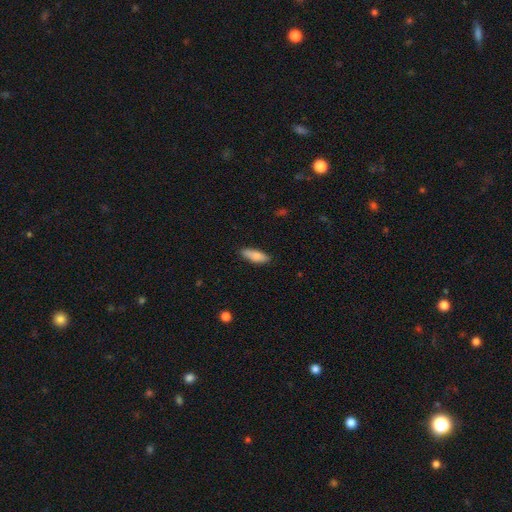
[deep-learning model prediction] Smooth or featured? smooth (82%)
How rounded? in between (58%)
Merging? none (85%)